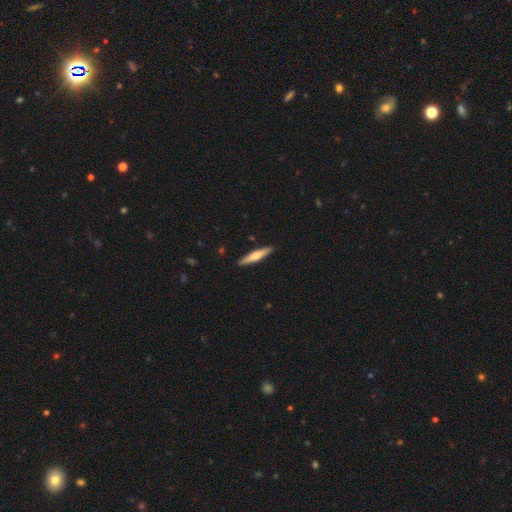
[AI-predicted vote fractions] Smooth or featured? Predicted: smooth (p=0.50). How rounded? Predicted: cigar-shaped (p=0.89). Merging? Predicted: none (p=0.91).